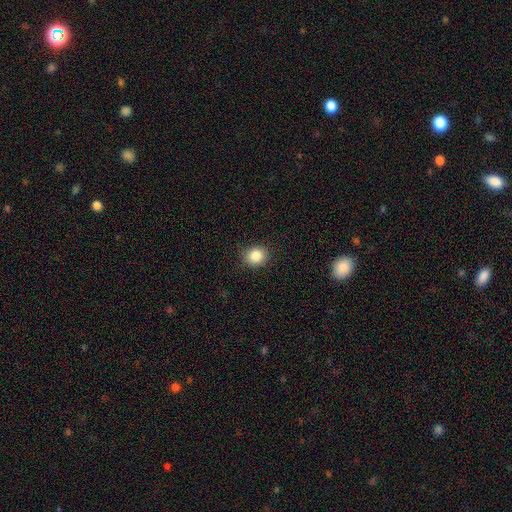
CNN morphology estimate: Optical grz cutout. It shows a smooth galaxy with no disk features (85%) that is round (71%). Merging: none (86%).